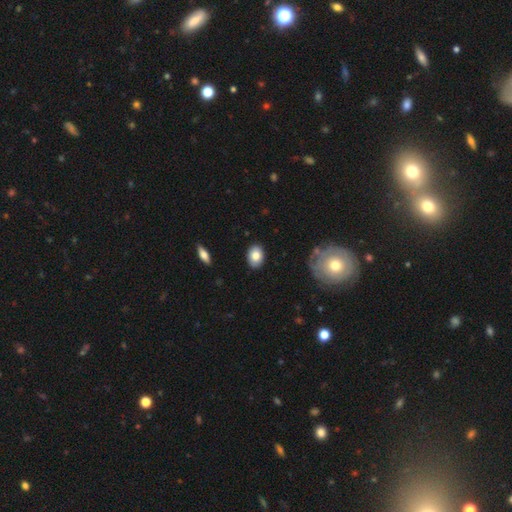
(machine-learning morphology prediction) Smooth or featured?
  - smooth: 81% *
  - featured or disk: 12%
  - star or artifact: 7%
How rounded?
  - in between: 77% *
  - round: 22%
  - cigar-shaped: 1%
Merging?
  - none: 87% *
  - minor disturbance: 9%
  - major disturbance: 2%
  - merger: 1%